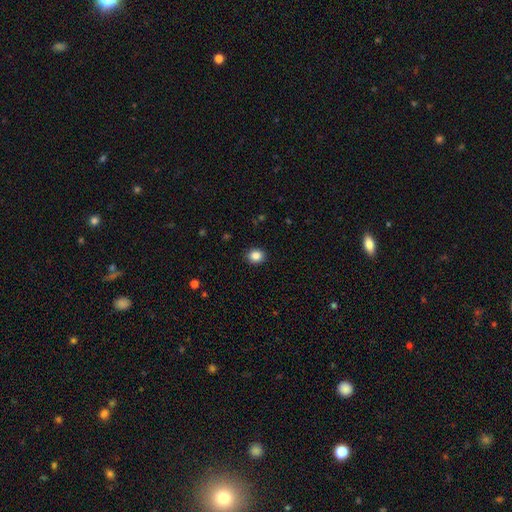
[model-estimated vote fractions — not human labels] smooth-or-featured: smooth: 86% | star or artifact: 10% | featured or disk: 4%
  how-rounded: round: 69% | in between: 30% | cigar-shaped: 1%
  merging: none: 91% | minor disturbance: 6% | major disturbance: 2% | merger: 1%